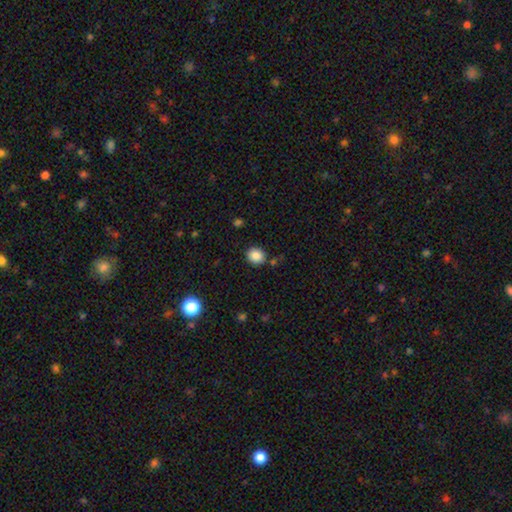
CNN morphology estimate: A smooth galaxy with no disk features (86%) that is round (77%).

Vote fractions:
- Smooth or featured? smooth: 86% / star or artifact: 10% / featured or disk: 4%
- How rounded? round: 77% / in between: 22% / cigar-shaped: 1%
- Merging? none: 84% / minor disturbance: 9% / merger: 4% / major disturbance: 3%